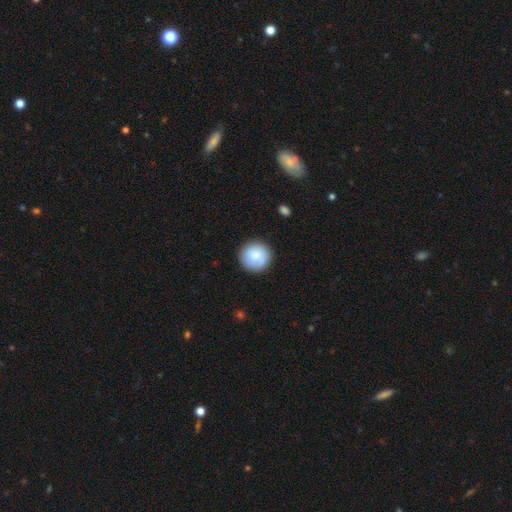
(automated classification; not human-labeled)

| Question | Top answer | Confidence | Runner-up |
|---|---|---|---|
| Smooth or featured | smooth | 83% | featured or disk (10%) |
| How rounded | round | 95% | in between (4%) |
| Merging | none | 87% | minor disturbance (9%) |